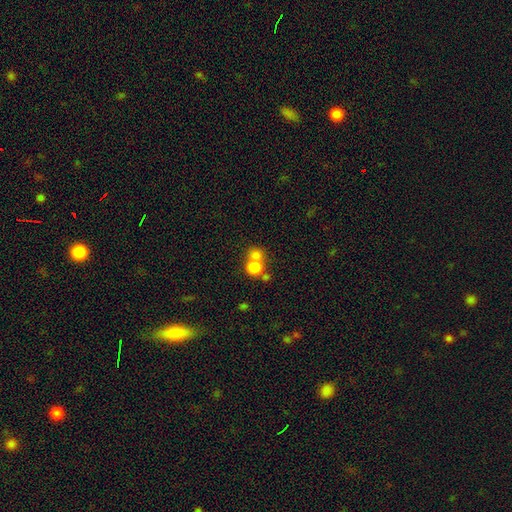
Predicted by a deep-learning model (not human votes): Smooth or featured: smooth — 77% (star or artifact — 12%)
How rounded: round — 84% (in between — 15%)
Merging: merger — 52% (none — 40%)